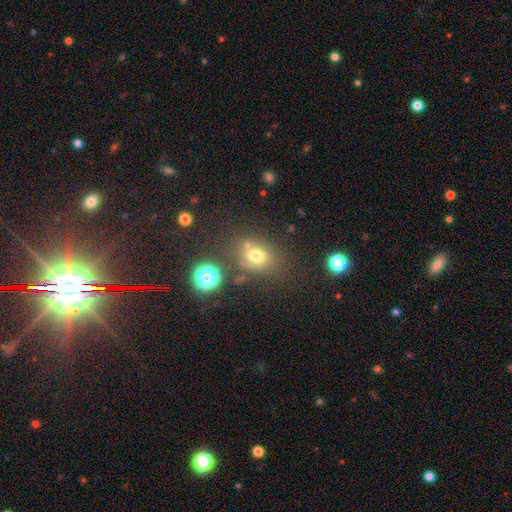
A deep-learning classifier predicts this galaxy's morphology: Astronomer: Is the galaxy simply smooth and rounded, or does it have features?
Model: smooth — 68%.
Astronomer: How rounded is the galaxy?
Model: round — 52% (runner-up: in between, 47%).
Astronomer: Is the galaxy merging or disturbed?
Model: none — 61%.